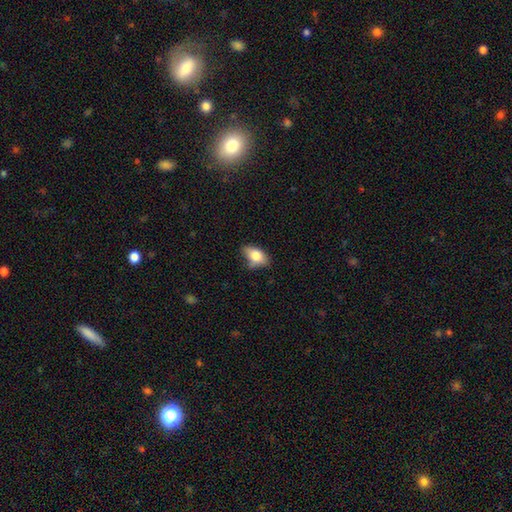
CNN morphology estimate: This is likely a smooth galaxy (77%). How rounded: clearly in between (87%). Merging: possibly none (58%).